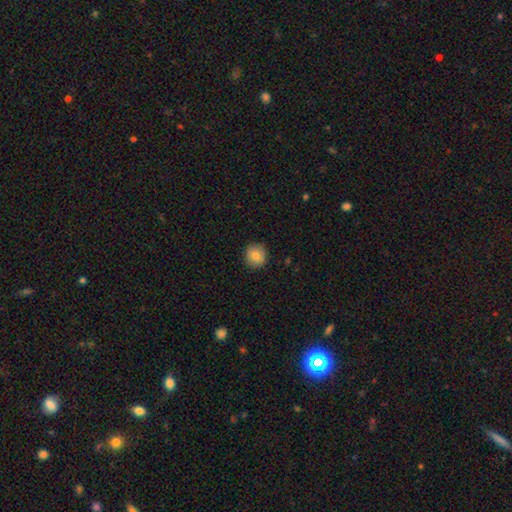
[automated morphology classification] A smooth galaxy with no disk features (83%) that is round (92%).

Vote fractions:
- Smooth or featured? smooth: 83% / star or artifact: 9% / featured or disk: 8%
- How rounded? round: 92% / in between: 7% / cigar-shaped: 1%
- Merging? none: 90% / minor disturbance: 8% / major disturbance: 2% / merger: 1%